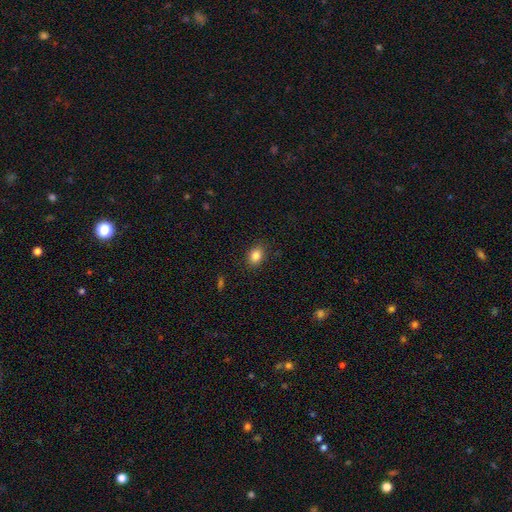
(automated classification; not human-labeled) Morphology: type=smooth (85%); roundness=in between (65%); merging=none (88%).